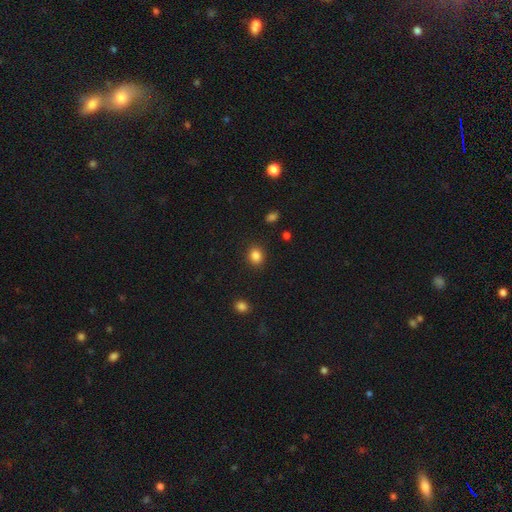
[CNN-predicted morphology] A smooth galaxy with no disk features (85%) that is round (62%). Merging: none (88%).